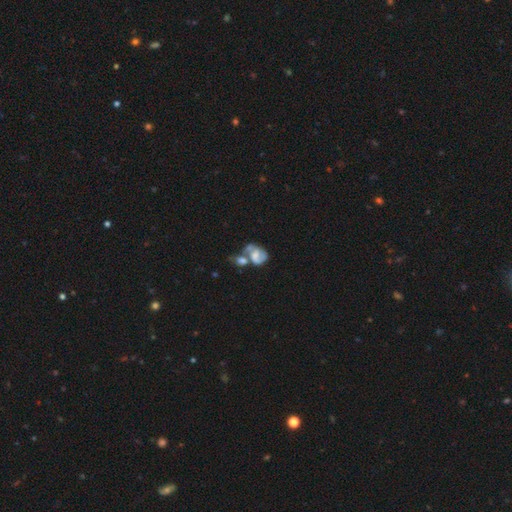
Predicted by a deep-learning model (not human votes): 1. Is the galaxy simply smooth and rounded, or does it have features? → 64% featured or disk, 28% smooth, 8% star or artifact.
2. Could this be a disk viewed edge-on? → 97% no, 3% yes.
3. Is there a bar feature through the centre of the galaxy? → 51% no, 36% weak, 13% strong.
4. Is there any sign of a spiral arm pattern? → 77% yes, 23% no.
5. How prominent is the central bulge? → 36% moderate, 26% small, 22% none, 13% large, 3% dominant.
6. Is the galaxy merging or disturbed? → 58% merger, 19% none, 12% major disturbance, 11% minor disturbance.